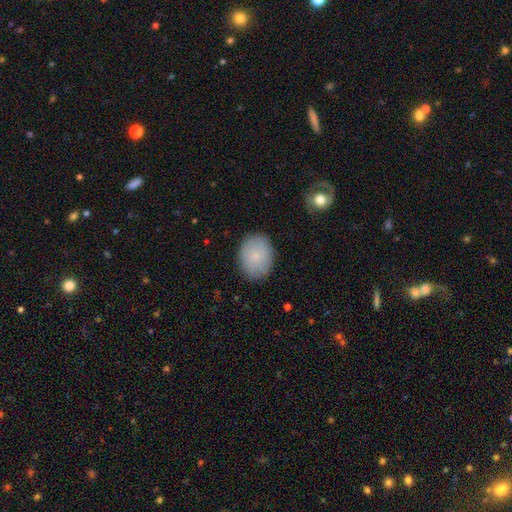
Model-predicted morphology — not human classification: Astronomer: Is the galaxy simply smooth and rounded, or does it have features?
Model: smooth — 83%.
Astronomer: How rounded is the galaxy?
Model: in between — 62% (runner-up: round, 37%).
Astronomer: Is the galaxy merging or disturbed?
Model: none — 85%.